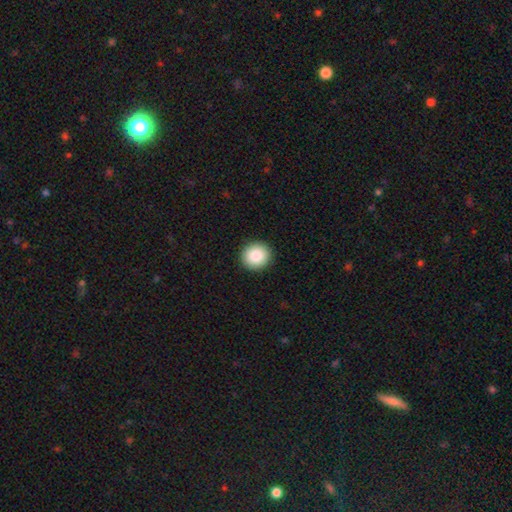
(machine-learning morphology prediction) This is clearly a smooth galaxy (86%). How rounded: clearly round (90%). Merging: clearly none (93%).